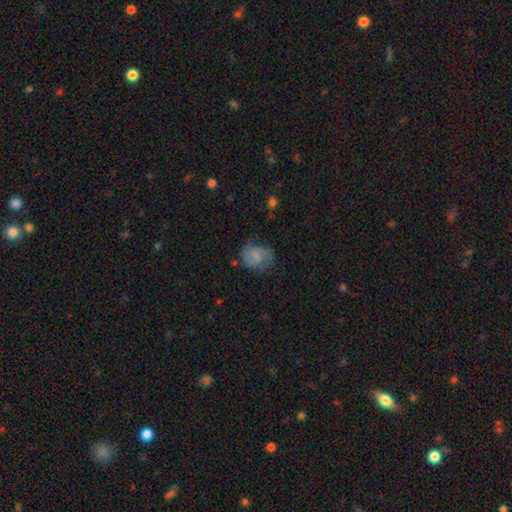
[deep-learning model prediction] Smooth or featured?
  - featured or disk: 47% *
  - smooth: 44%
  - star or artifact: 9%
Merging?
  - none: 58% *
  - minor disturbance: 26%
  - major disturbance: 14%
  - merger: 2%